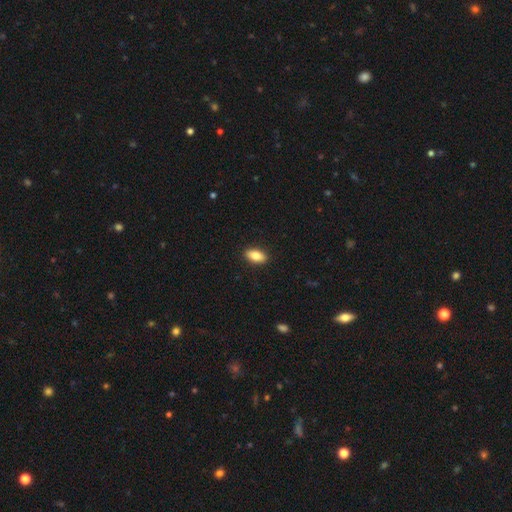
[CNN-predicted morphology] Smooth or featured?
  - smooth: 84% *
  - featured or disk: 9%
  - star or artifact: 7%
How rounded?
  - in between: 90% *
  - cigar-shaped: 6%
  - round: 4%
Merging?
  - none: 90% *
  - minor disturbance: 7%
  - major disturbance: 2%
  - merger: 1%